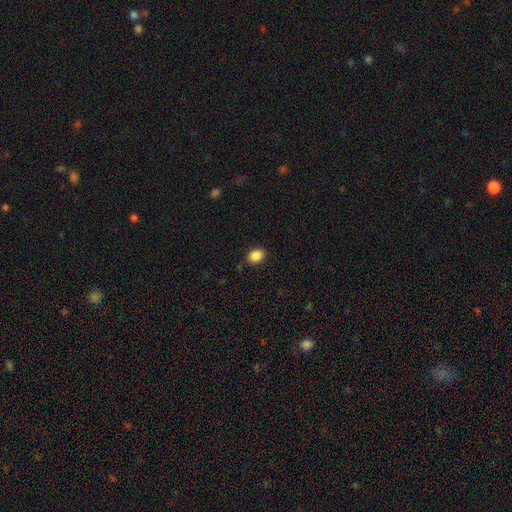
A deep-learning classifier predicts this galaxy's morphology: The model was most divided on "how rounded": in between: 66%, round: 33%, cigar-shaped: 1%. More confident: smooth or featured — smooth (88%); merging — none (86%).